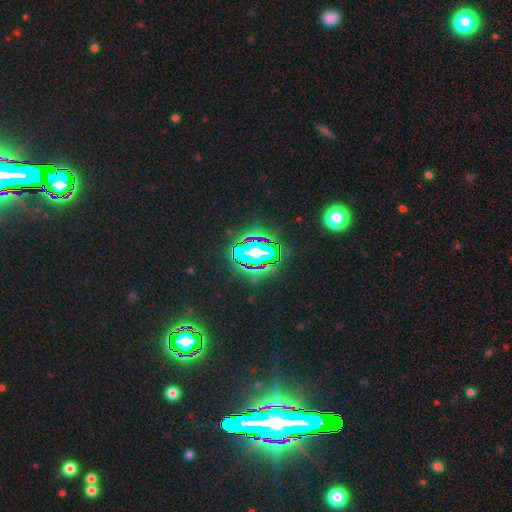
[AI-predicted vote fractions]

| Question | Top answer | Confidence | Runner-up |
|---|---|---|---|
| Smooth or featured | star or artifact | 66% | smooth (20%) |